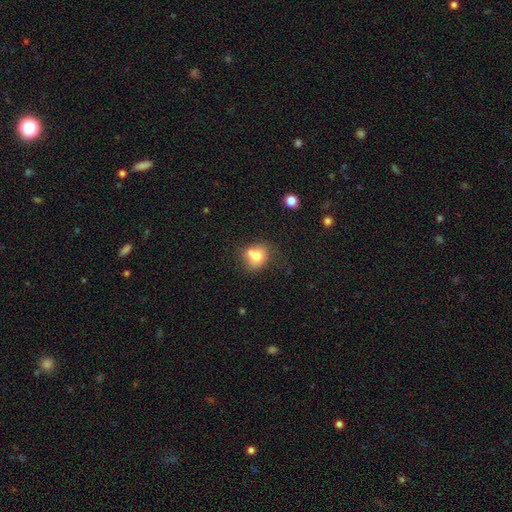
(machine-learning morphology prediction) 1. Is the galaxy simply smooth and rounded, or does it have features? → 73% smooth, 16% featured or disk, 11% star or artifact.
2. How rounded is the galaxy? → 53% round, 45% in between, 1% cigar-shaped.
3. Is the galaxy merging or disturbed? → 47% none, 24% minor disturbance, 19% merger, 10% major disturbance.